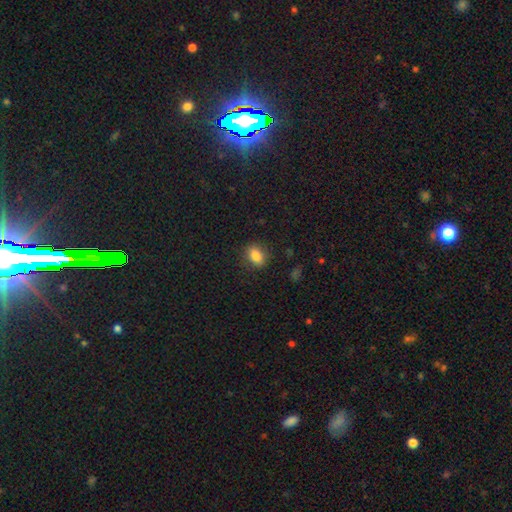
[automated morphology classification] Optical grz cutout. It shows a smooth galaxy with no disk features (83%) that is in between round and cigar-shaped (68%). Merging: none (85%).